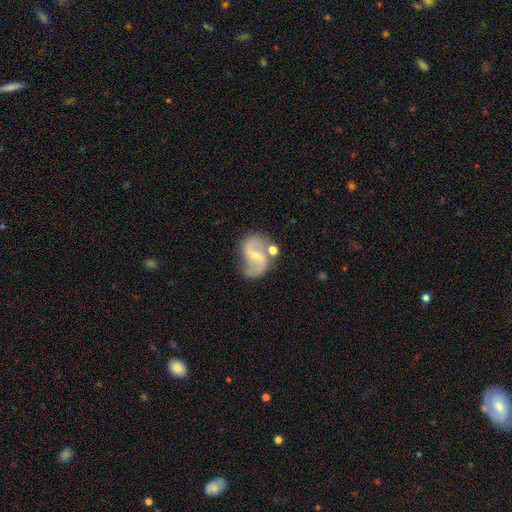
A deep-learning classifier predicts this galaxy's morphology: Smooth or featured? featured or disk (85%)
Edge-on disk? no (98%)
Bar? weak (47%)
Spiral arms? yes (95%)
Spiral winding? loose (52%)
Spiral arm count? 2 (93%)
Bulge size? small (66%)
Merging? none (67%)